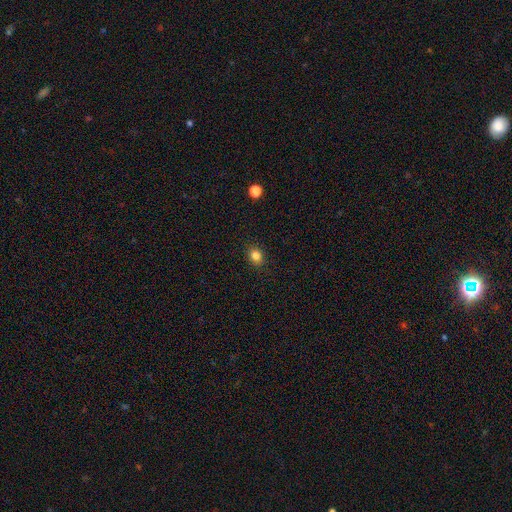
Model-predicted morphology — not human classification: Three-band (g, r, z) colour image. It shows a smooth galaxy with no disk features (83%) that is round (65%). Merging: none (90%).